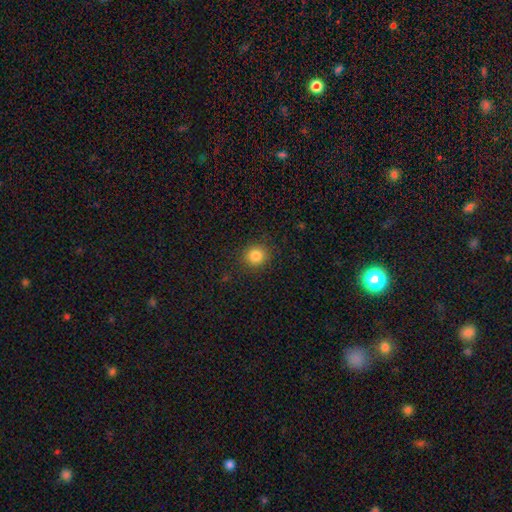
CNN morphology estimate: Smooth or featured?
  - smooth: 84% *
  - star or artifact: 11%
  - featured or disk: 5%
How rounded?
  - round: 87% *
  - in between: 12%
  - cigar-shaped: 1%
Merging?
  - none: 89% *
  - minor disturbance: 7%
  - major disturbance: 3%
  - merger: 1%